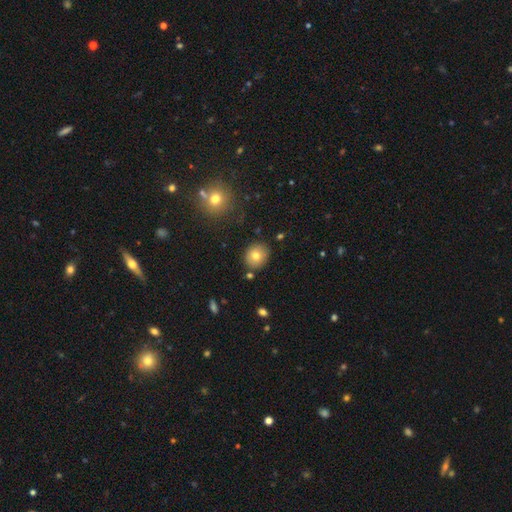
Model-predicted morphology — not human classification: Q: Smooth or featured?
A: smooth (75%); runner-up: featured or disk (14%)
Q: How rounded?
A: round (74%); runner-up: in between (25%)
Q: Merging?
A: none (84%); runner-up: minor disturbance (10%)